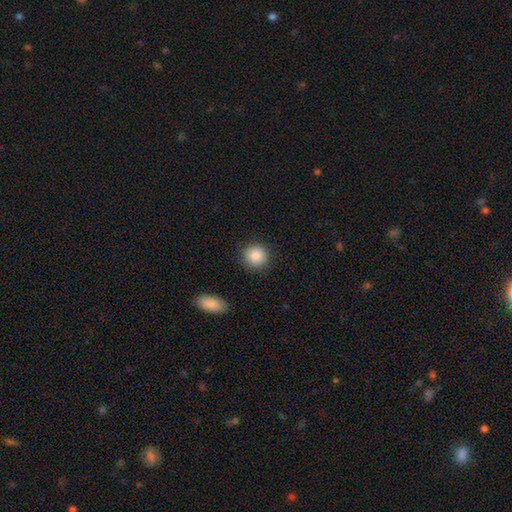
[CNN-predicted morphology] A smooth galaxy with no disk features (87%) that is round (91%).

Vote fractions:
- Smooth or featured? smooth: 87% / star or artifact: 8% / featured or disk: 4%
- How rounded? round: 91% / in between: 8% / cigar-shaped: 1%
- Merging? none: 88% / minor disturbance: 8% / major disturbance: 2% / merger: 2%